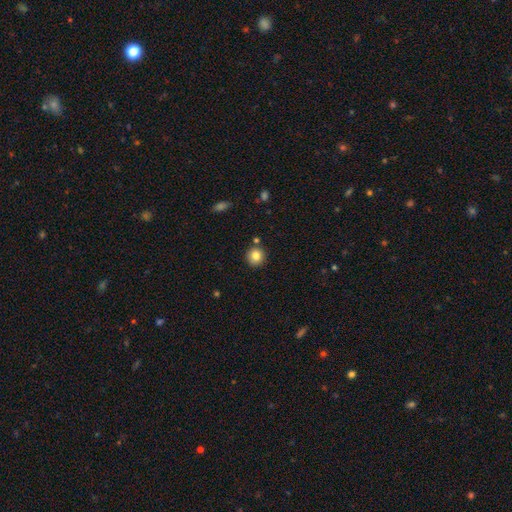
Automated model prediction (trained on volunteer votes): Smooth or featured? smooth (83%)
How rounded? round (92%)
Merging? none (85%)